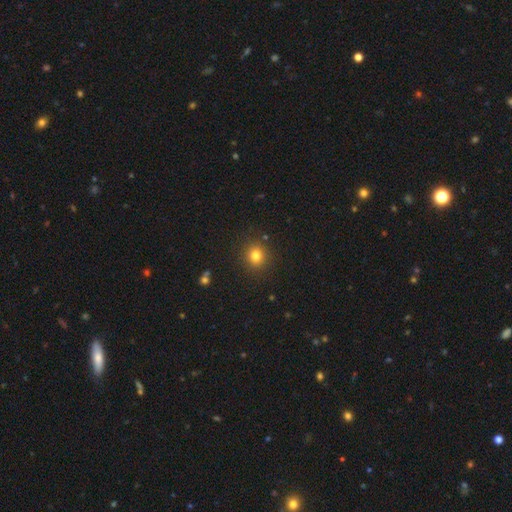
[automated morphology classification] This appears to be a smooth galaxy with no disk features (80%) that is round (86%). Merging: none (89%).